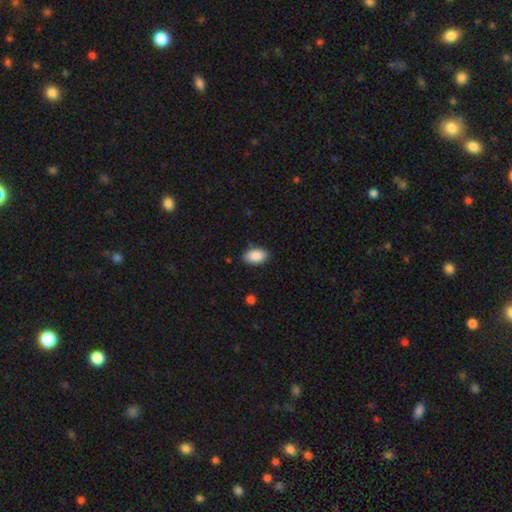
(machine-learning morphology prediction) smooth_or_featured: smooth (p=0.90) [alt: star or artifact p=0.06]
how_rounded: in between (p=0.94) [alt: round p=0.05]
merging: none (p=0.85) [alt: minor disturbance p=0.11]